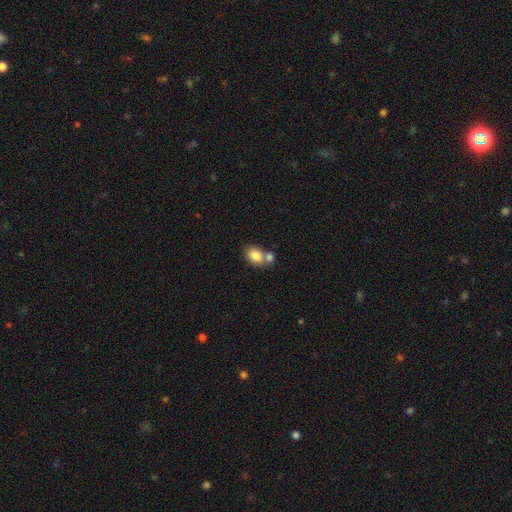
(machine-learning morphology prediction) This is clearly a smooth galaxy (83%). How rounded: likely in between (64%). Merging: marginally none (45%).